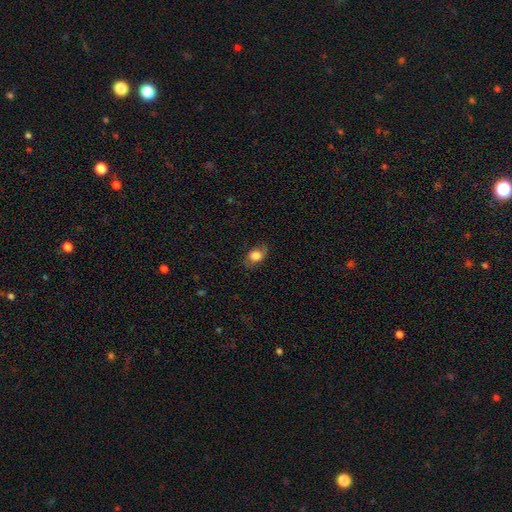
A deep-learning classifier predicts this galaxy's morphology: type=smooth (78%); roundness=in between (68%); merging=none (74%).